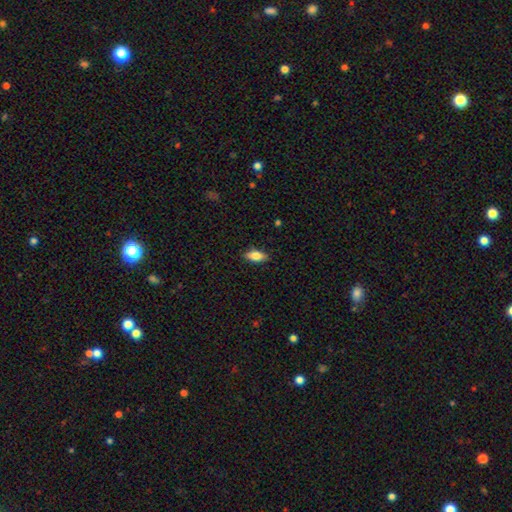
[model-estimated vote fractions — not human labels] Smooth or featured?
  - smooth: 79% *
  - featured or disk: 14%
  - star or artifact: 7%
How rounded?
  - in between: 83% *
  - cigar-shaped: 14%
  - round: 3%
Merging?
  - none: 87% *
  - minor disturbance: 10%
  - major disturbance: 2%
  - merger: 1%